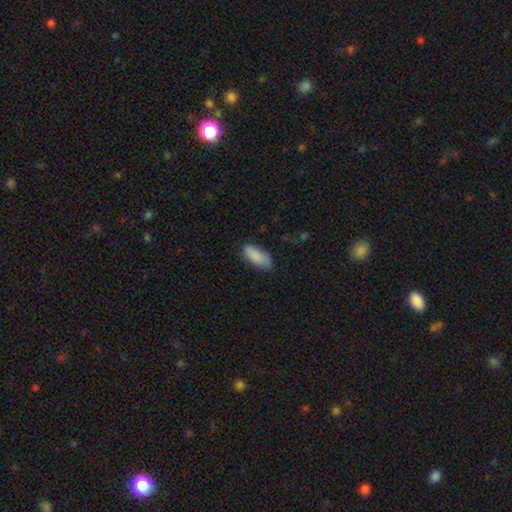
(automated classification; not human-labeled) smooth 88%, star or artifact 6%, featured or disk 6%. Down the decision tree: how rounded — in between (84%); merging — none (72%).